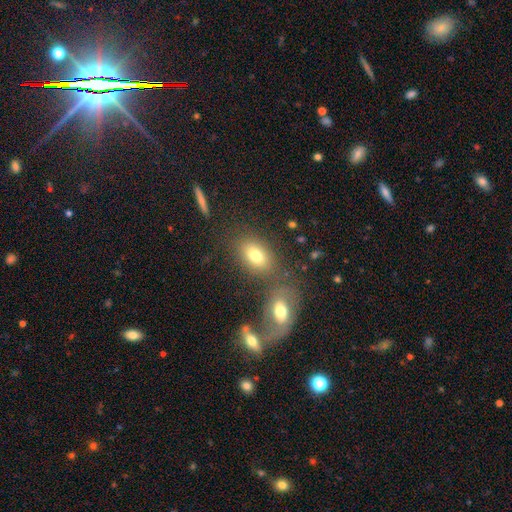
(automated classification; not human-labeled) A smooth galaxy with no disk features (75%) that is in between round and cigar-shaped (78%). Merging: none (66%).